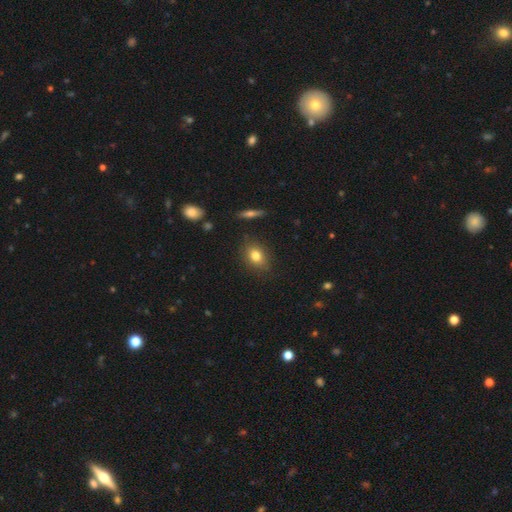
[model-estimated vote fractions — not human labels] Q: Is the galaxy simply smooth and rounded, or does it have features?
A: smooth — 80%.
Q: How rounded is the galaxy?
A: in between — 58%.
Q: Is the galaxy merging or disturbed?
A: none — 84%.